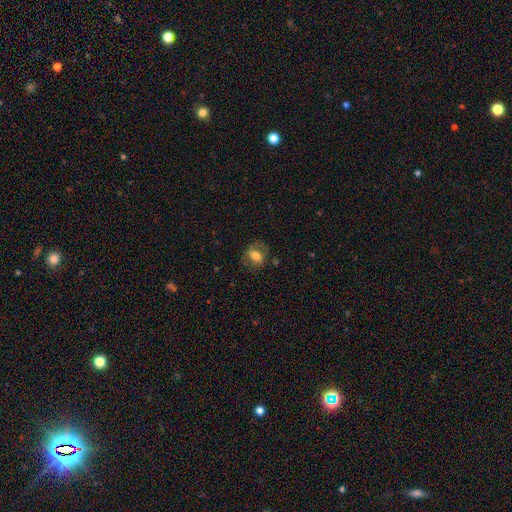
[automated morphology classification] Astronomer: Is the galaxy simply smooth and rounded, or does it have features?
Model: smooth — 61%.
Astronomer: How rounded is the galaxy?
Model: in between — 63%.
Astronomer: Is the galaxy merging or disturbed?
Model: none — 67%.